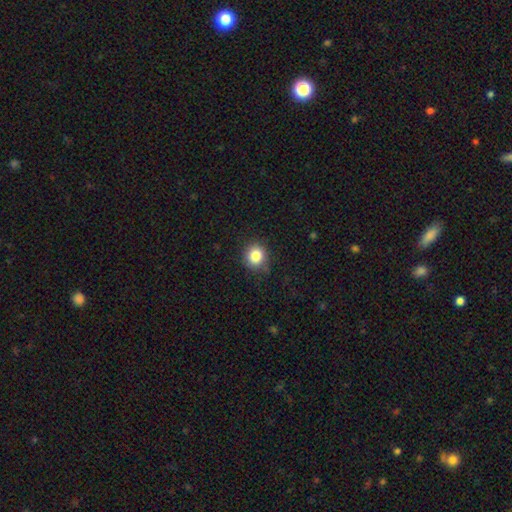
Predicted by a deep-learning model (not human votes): Q: Smooth or featured?
A: smooth (84%); runner-up: star or artifact (11%)
Q: How rounded?
A: round (84%); runner-up: in between (15%)
Q: Merging?
A: none (82%); runner-up: minor disturbance (14%)